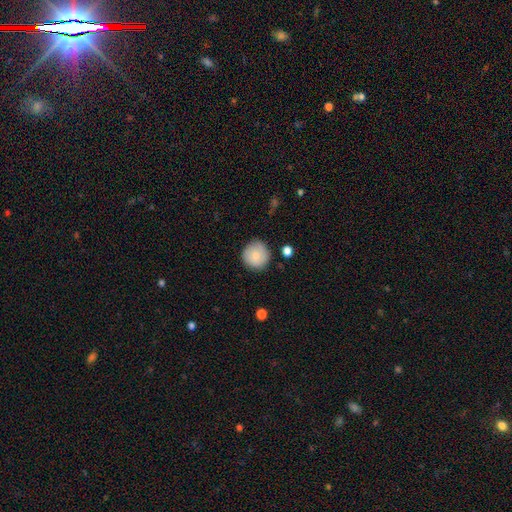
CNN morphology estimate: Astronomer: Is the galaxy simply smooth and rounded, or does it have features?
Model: smooth — 81%.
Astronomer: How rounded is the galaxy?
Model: round — 94%.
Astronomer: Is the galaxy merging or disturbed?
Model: none — 85%.